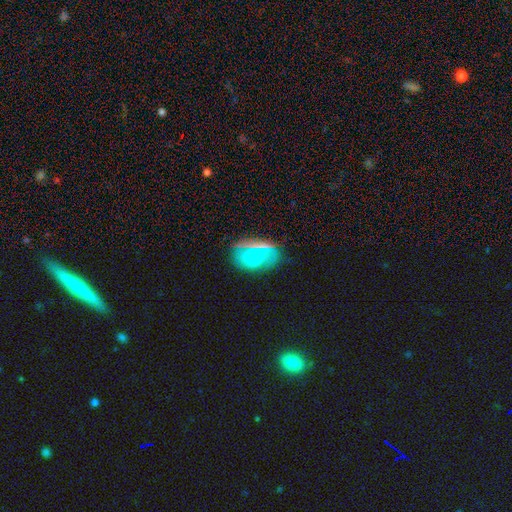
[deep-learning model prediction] Smooth or featured? smooth (57%)
How rounded? in between (78%)
Merging? none (63%)